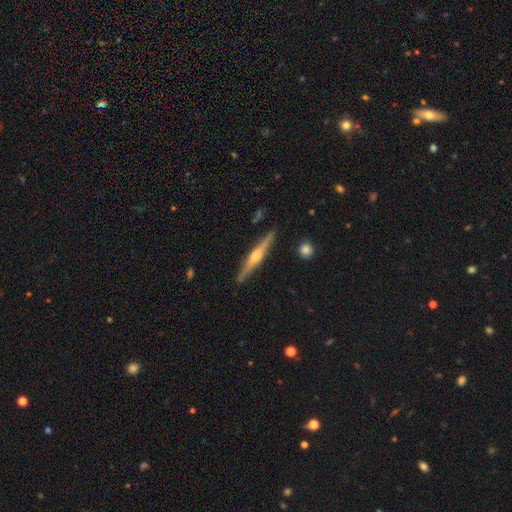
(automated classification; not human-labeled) The model was most divided on "smooth or featured": featured or disk: 75%, smooth: 20%, star or artifact: 5%. More confident: edge-on disk — yes (98%); edge-on bulge — rounded (89%); merging — none (89%).